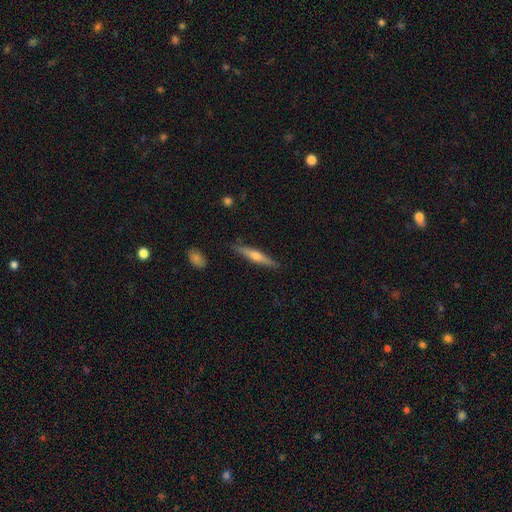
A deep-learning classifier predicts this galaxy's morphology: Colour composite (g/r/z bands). It shows a featured or disk galaxy (57%) viewed edge-on (96%) with a rounded central bulge (84%). Merging: none (89%).